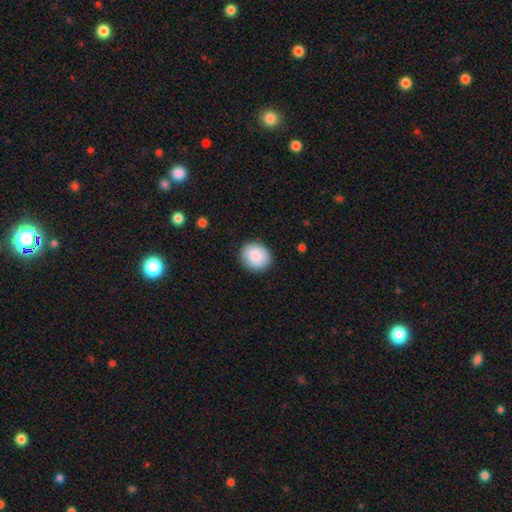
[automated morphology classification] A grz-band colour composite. It shows a smooth galaxy with no disk features (87%) that is round (75%). Merging: none (88%).